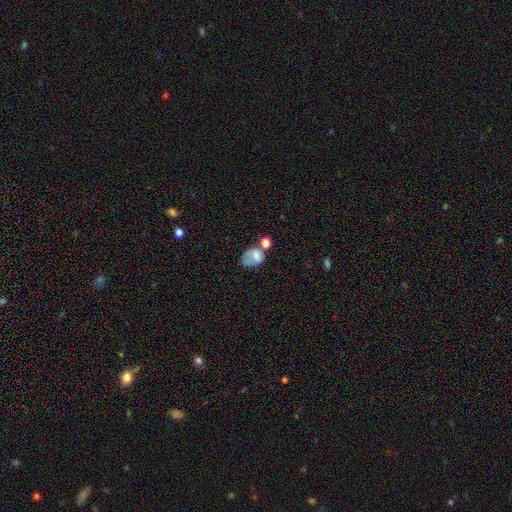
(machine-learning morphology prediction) type=smooth (65%); roundness=in between (71%); merging=none (30%).